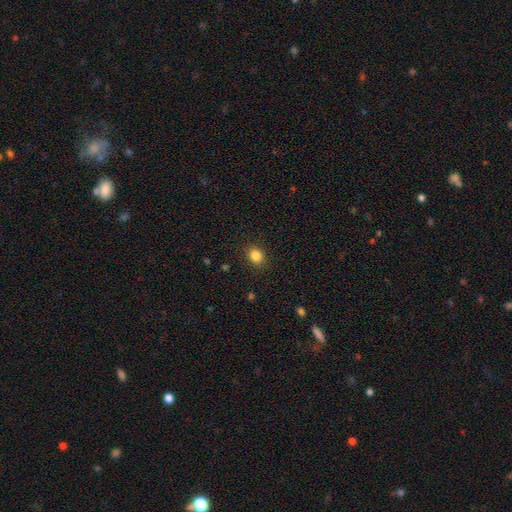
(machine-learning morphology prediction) type=smooth (85%); roundness=round (63%); merging=none (89%).